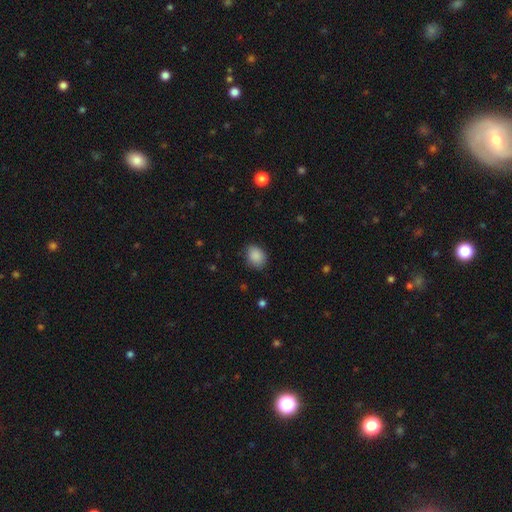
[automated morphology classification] A smooth galaxy with no disk features (88%) that is in between round and cigar-shaped (61%). Merging: none (82%).